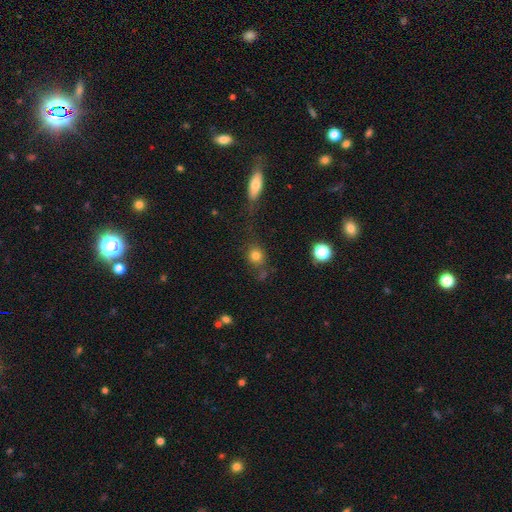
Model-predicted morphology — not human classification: The model was most divided on "merging": none: 65%, minor disturbance: 16%, merger: 10%, major disturbance: 9%. More confident: smooth or featured — smooth (78%); how rounded — round (78%).